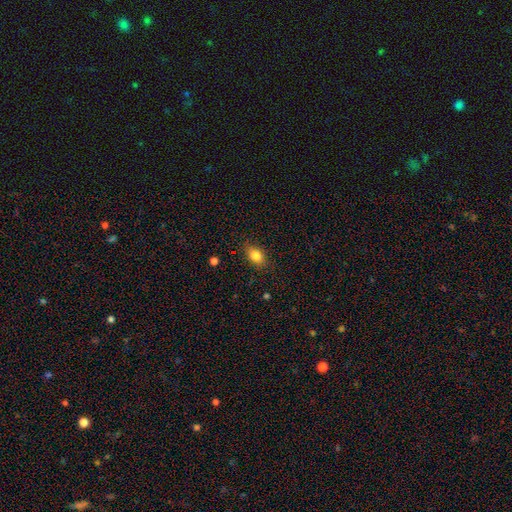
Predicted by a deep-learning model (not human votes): Smooth or featured?
  - smooth: 83% *
  - star or artifact: 9%
  - featured or disk: 7%
How rounded?
  - in between: 76% *
  - round: 22%
  - cigar-shaped: 2%
Merging?
  - none: 85% *
  - minor disturbance: 12%
  - major disturbance: 3%
  - merger: 1%